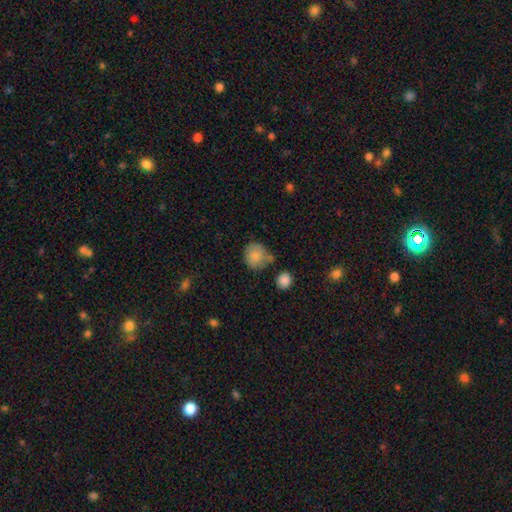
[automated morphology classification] This is clearly a smooth galaxy (82%). How rounded: clearly round (84%). Merging: possibly none (57%).